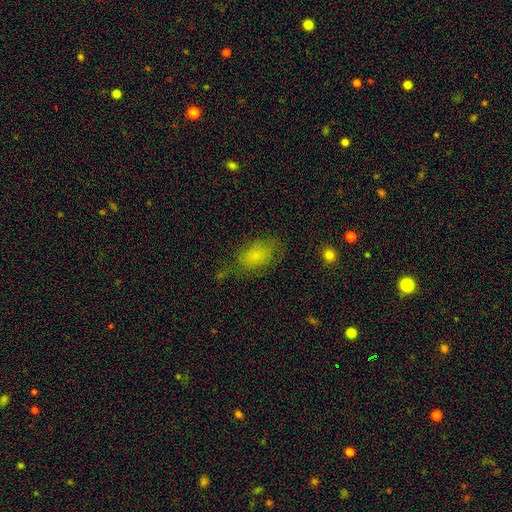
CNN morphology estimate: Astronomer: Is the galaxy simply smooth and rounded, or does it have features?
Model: smooth — 75%.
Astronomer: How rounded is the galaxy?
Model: in between — 90%.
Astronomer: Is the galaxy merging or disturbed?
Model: none — 58%.